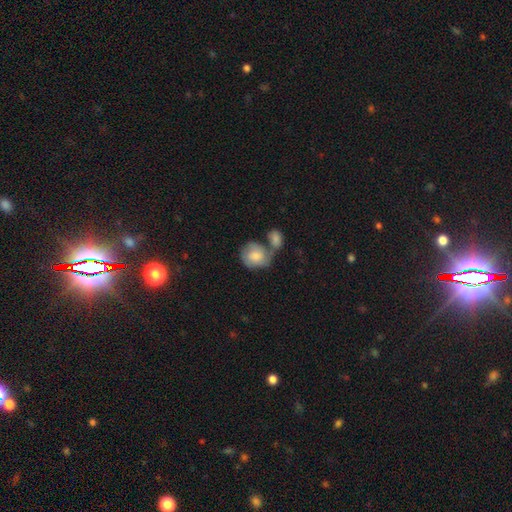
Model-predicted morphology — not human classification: Smooth or featured? Predicted: smooth (p=0.66). How rounded? Predicted: round (p=0.70). Merging? Predicted: merger (p=0.49).